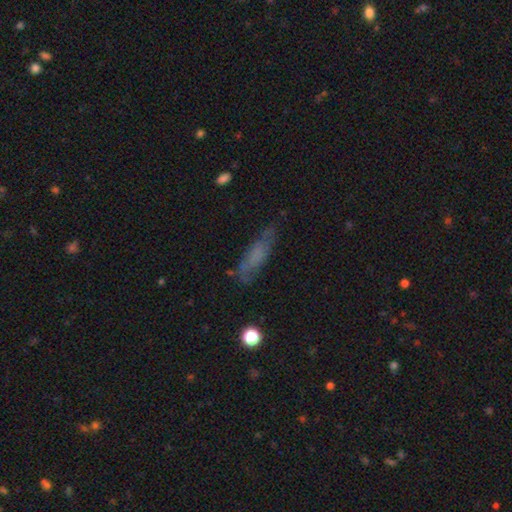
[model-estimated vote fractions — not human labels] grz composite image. It shows a smooth galaxy with no disk features (54%) that is cigar-shaped (60%). Merging: none (68%).